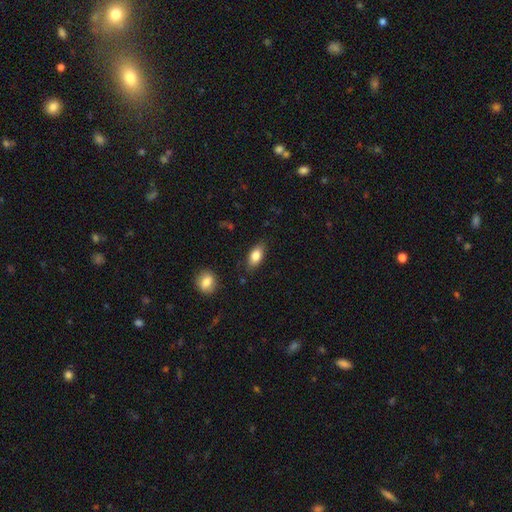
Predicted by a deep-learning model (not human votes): Smooth or featured? smooth (82%)
How rounded? in between (88%)
Merging? none (82%)